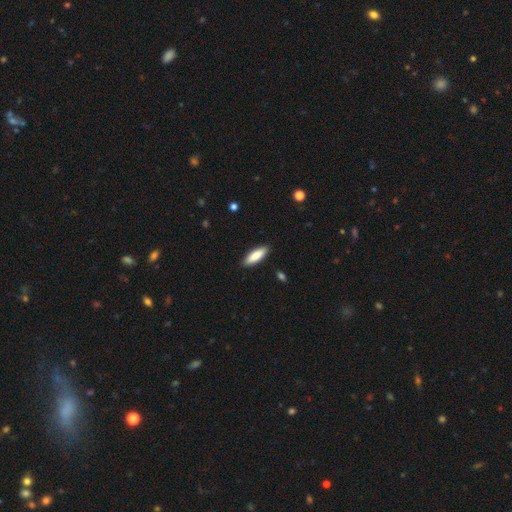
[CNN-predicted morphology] type=smooth (84%); roundness=in between (52%); merging=none (89%).